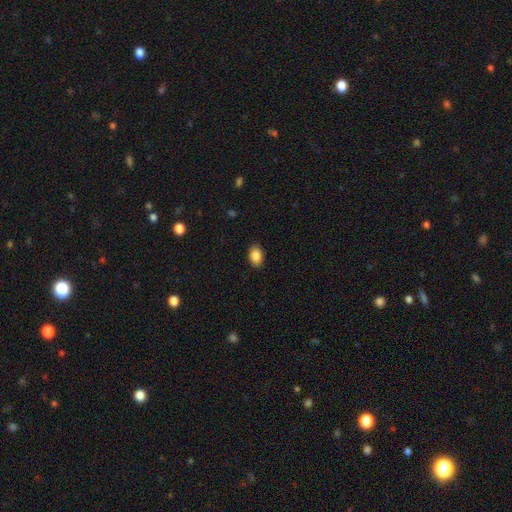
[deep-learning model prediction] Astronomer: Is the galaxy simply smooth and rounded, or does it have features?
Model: smooth — 87%.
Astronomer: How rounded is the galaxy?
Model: in between — 86%.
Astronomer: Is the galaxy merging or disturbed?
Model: none — 88%.